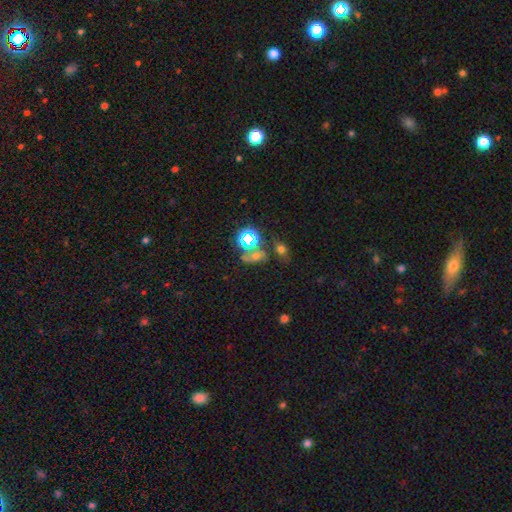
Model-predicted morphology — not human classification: Smooth or featured?
  - star or artifact: 43% *
  - smooth: 40%
  - featured or disk: 17%